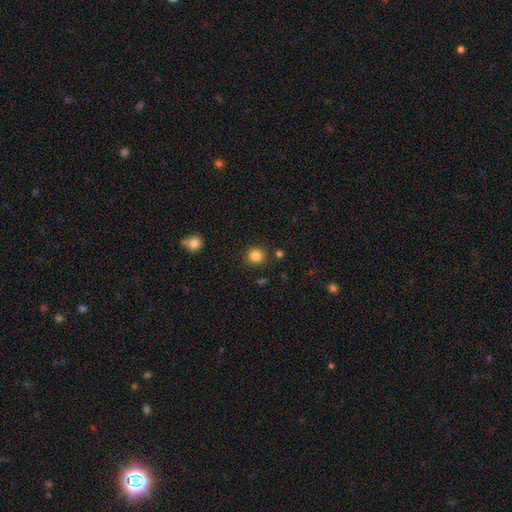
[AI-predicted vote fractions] Morphology: type=smooth (84%); roundness=round (91%); merging=none (87%).